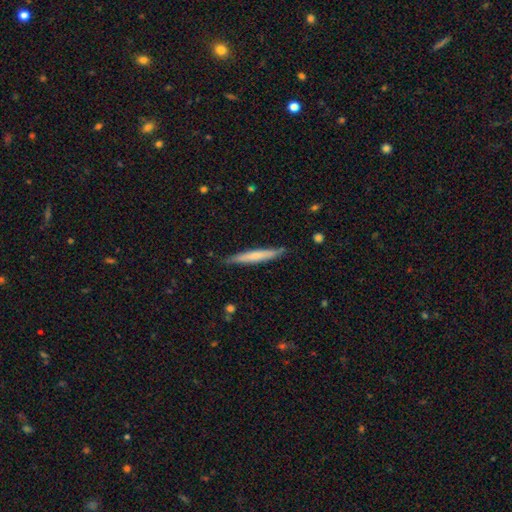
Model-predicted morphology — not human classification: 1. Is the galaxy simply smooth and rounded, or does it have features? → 58% smooth, 36% featured or disk, 5% star or artifact.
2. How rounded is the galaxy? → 95% cigar-shaped, 3% in between, 1% round.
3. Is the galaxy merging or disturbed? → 86% none, 11% minor disturbance, 2% major disturbance, 1% merger.